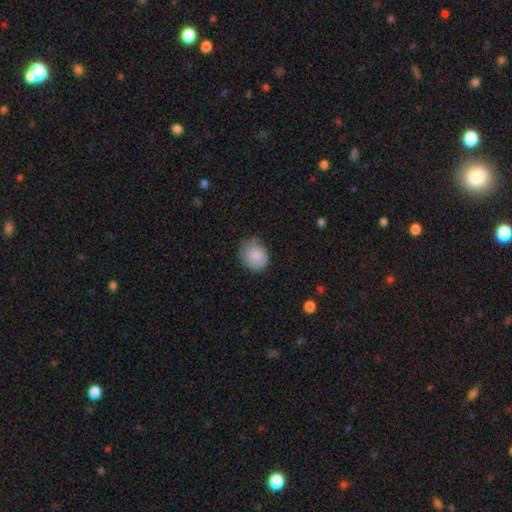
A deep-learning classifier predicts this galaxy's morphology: A smooth galaxy with no disk features (84%) that is round (65%).

Vote fractions:
- Smooth or featured? smooth: 84% / featured or disk: 10% / star or artifact: 7%
- How rounded? round: 65% / in between: 34% / cigar-shaped: 1%
- Merging? none: 63% / minor disturbance: 29% / major disturbance: 6% / merger: 1%